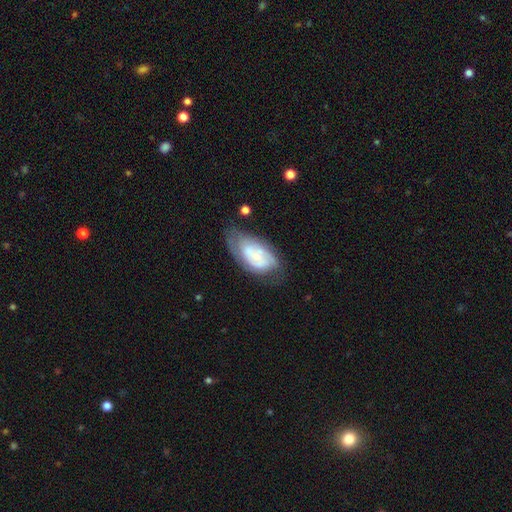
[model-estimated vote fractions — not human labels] Q: Smooth or featured?
A: featured or disk (64%); runner-up: smooth (29%)
Q: Edge-on disk?
A: no (95%); runner-up: yes (5%)
Q: Bar?
A: no (69%); runner-up: weak (25%)
Q: Spiral arms?
A: yes (80%); runner-up: no (20%)
Q: Bulge size?
A: small (64%); runner-up: moderate (22%)
Q: Merging?
A: none (48%); runner-up: minor disturbance (30%)